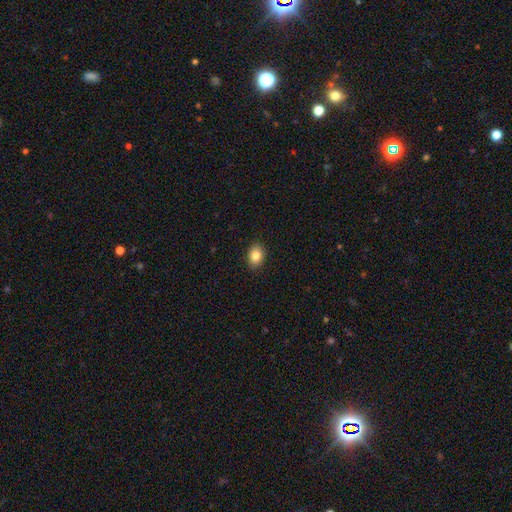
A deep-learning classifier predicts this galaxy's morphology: smooth-or-featured: smooth: 86% | star or artifact: 8% | featured or disk: 6%
  how-rounded: in between: 73% | round: 25% | cigar-shaped: 1%
  merging: none: 90% | minor disturbance: 7% | major disturbance: 2% | merger: 1%